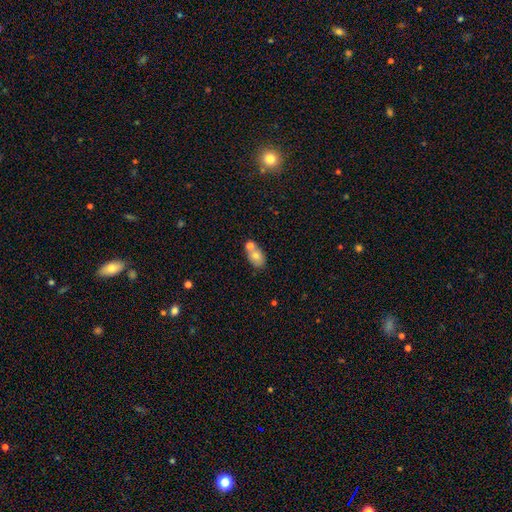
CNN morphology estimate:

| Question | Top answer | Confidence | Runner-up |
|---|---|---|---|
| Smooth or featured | smooth | 73% | featured or disk (18%) |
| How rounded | in between | 82% | round (16%) |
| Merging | none | 42% | tied: merger (42%) |